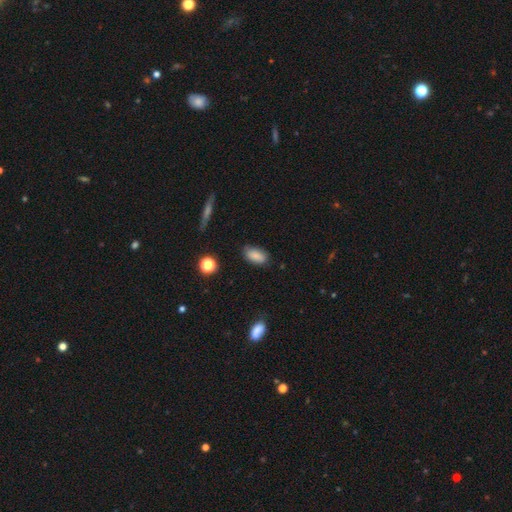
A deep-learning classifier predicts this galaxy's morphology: Q: Smooth or featured?
A: smooth (86%); runner-up: star or artifact (8%)
Q: How rounded?
A: in between (92%); runner-up: cigar-shaped (4%)
Q: Merging?
A: none (80%); runner-up: minor disturbance (15%)